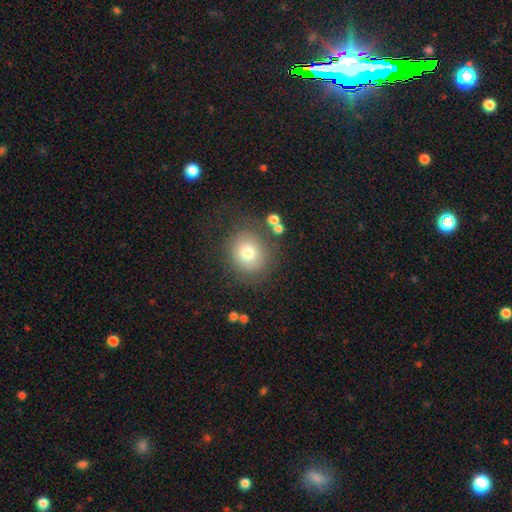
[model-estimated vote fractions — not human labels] This appears to be a smooth galaxy with no disk features (58%) that is round (76%). Merging: none (80%).